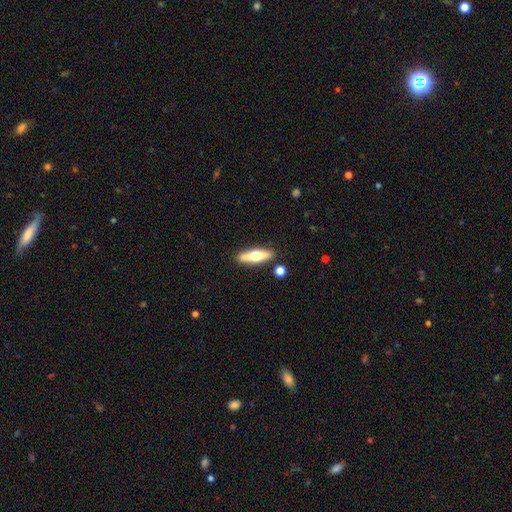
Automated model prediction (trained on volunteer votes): Smooth or featured? Predicted: smooth (p=0.49). Merging? Predicted: none (p=0.85).